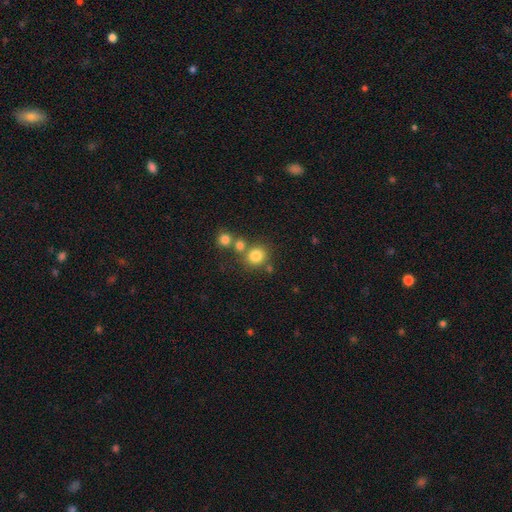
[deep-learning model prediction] Morphology: type=smooth (80%); roundness=round (84%); merging=none (66%).